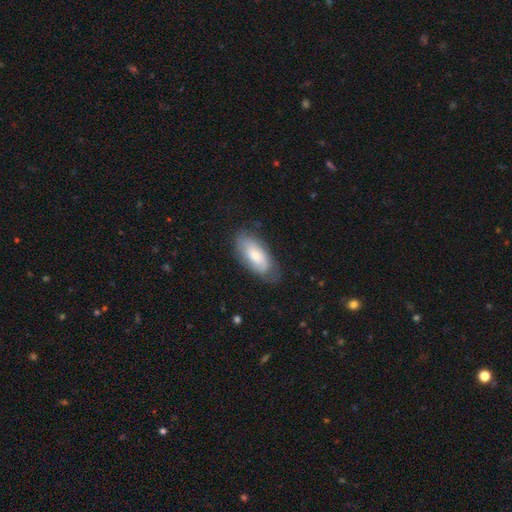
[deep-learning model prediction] Overall: smooth (57%; featured or disk 36%). How rounded: in between (88%). Merging: none (70%).